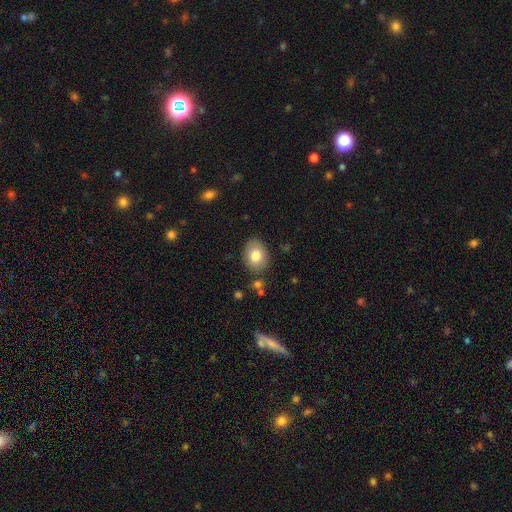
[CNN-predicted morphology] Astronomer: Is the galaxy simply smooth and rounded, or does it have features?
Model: smooth — 80%.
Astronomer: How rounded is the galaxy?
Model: in between — 65%.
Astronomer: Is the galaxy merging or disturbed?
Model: none — 83%.